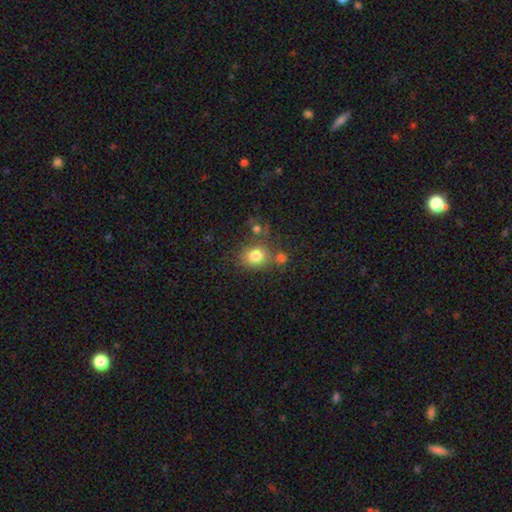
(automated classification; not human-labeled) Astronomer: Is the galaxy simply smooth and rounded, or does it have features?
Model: smooth — 79%.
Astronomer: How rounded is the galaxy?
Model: round — 63%.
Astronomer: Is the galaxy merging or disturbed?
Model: none — 63%.